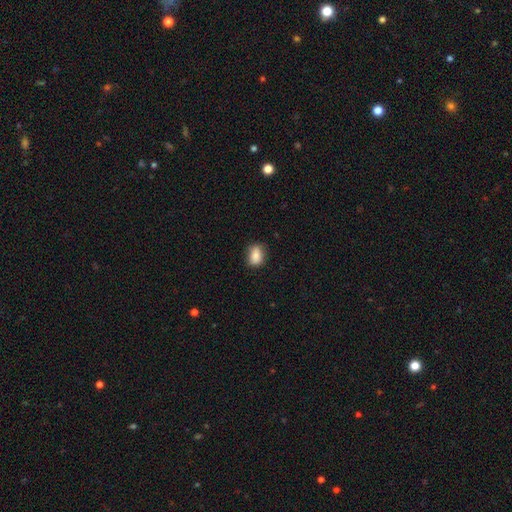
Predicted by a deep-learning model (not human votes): Q: Smooth or featured?
A: smooth (83%); runner-up: featured or disk (9%)
Q: How rounded?
A: in between (69%); runner-up: round (29%)
Q: Merging?
A: none (78%); runner-up: minor disturbance (17%)